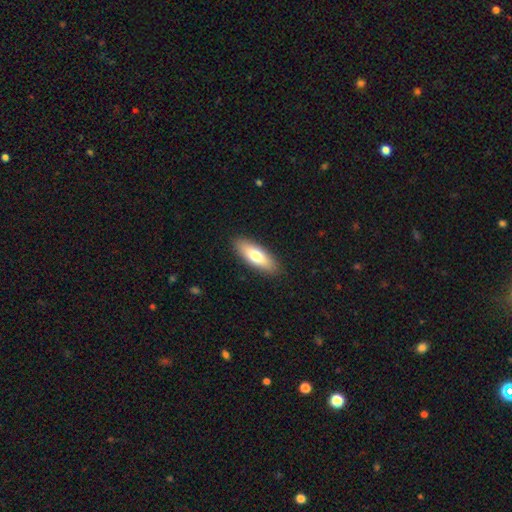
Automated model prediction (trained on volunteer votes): This is likely a smooth galaxy (73%). How rounded: likely in between (67%). Merging: clearly none (89%).